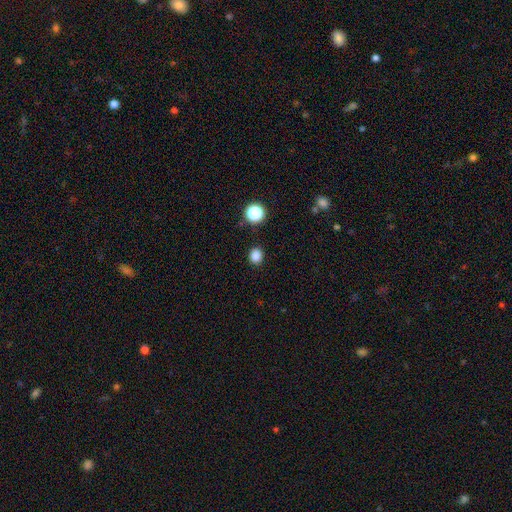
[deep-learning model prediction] Smooth or featured? smooth (83%)
How rounded? round (75%)
Merging? none (90%)